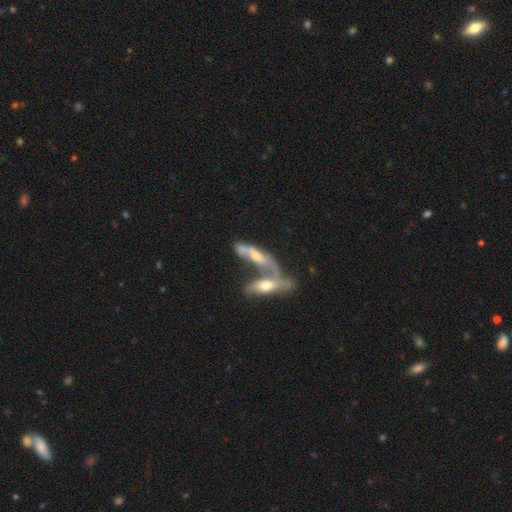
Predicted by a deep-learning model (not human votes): featured or disk 57%, smooth 35%, star or artifact 8%. Down the decision tree: edge-on disk — no (57%); merging — merger (70%).